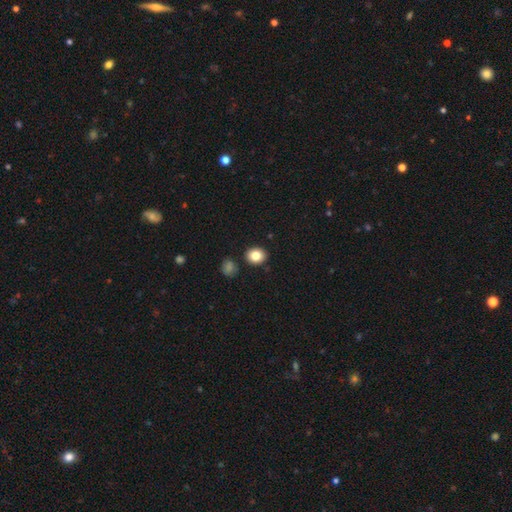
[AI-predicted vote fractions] smooth-or-featured: smooth: 83% | star or artifact: 10% | featured or disk: 7%
  how-rounded: round: 60% | in between: 39% | cigar-shaped: 1%
  merging: none: 87% | minor disturbance: 8% | merger: 4% | major disturbance: 2%